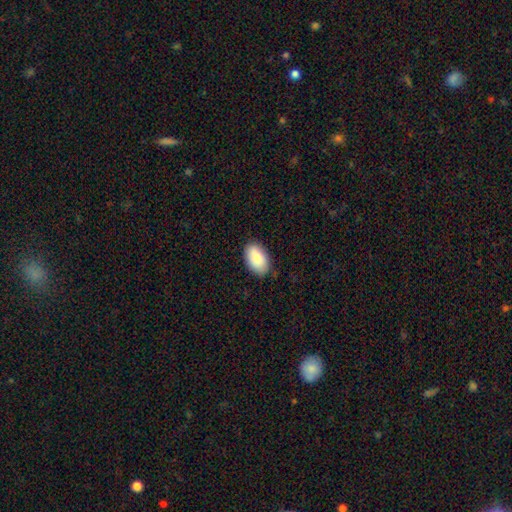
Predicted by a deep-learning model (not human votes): Smooth or featured: smooth — 87% (featured or disk — 6%)
How rounded: in between — 94% (round — 4%)
Merging: none — 85% (minor disturbance — 12%)